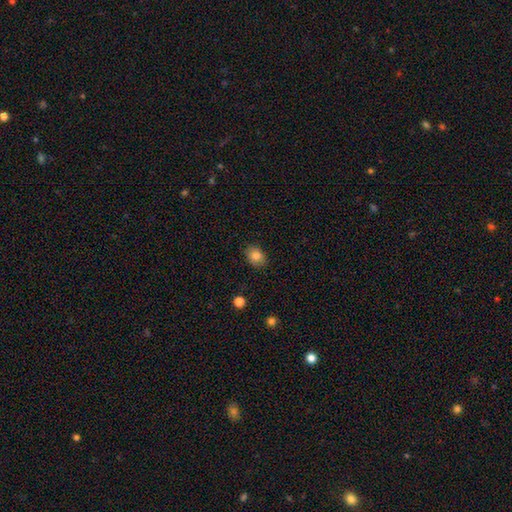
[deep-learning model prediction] Smooth or featured? smooth (84%)
How rounded? in between (61%)
Merging? none (84%)